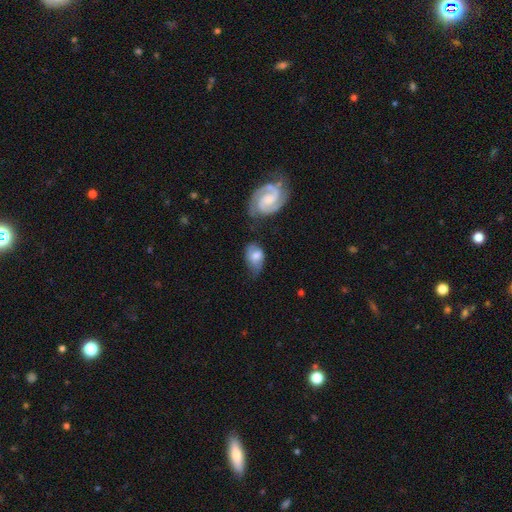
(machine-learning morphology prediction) Smooth or featured: smooth — 54% (featured or disk — 39%)
How rounded: in between — 82% (round — 16%)
Merging: none — 43% (minor disturbance — 31%)